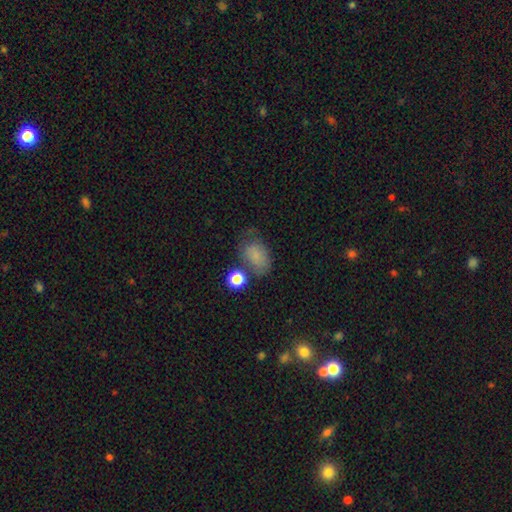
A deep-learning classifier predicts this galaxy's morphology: Smooth or featured?
  - smooth: 75% *
  - star or artifact: 13%
  - featured or disk: 12%
How rounded?
  - in between: 79% *
  - round: 19%
  - cigar-shaped: 1%
Merging?
  - none: 51% *
  - minor disturbance: 25%
  - major disturbance: 13%
  - merger: 11%